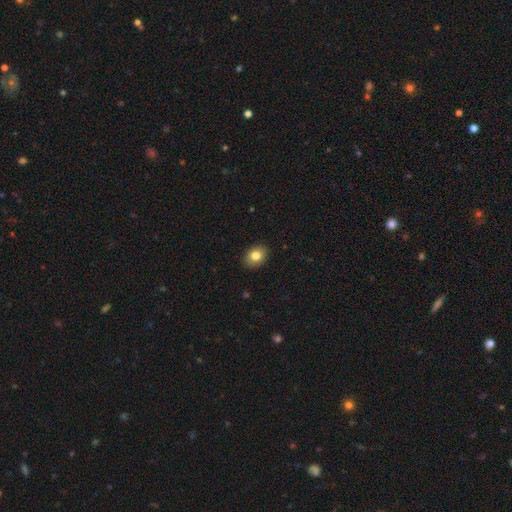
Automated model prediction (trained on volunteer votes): smooth_or_featured: smooth (p=0.82) [alt: star or artifact p=0.09]
how_rounded: in between (p=0.63) [alt: round p=0.36]
merging: none (p=0.89) [alt: minor disturbance p=0.08]